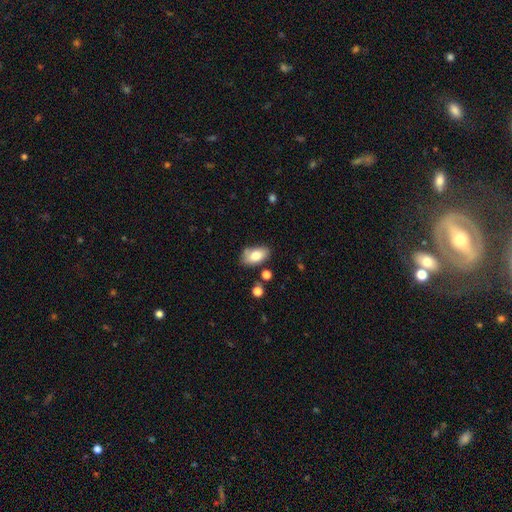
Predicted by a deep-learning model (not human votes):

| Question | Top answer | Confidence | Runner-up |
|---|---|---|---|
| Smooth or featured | smooth | 77% | featured or disk (16%) |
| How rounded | in between | 93% | round (5%) |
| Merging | none | 67% | minor disturbance (21%) |